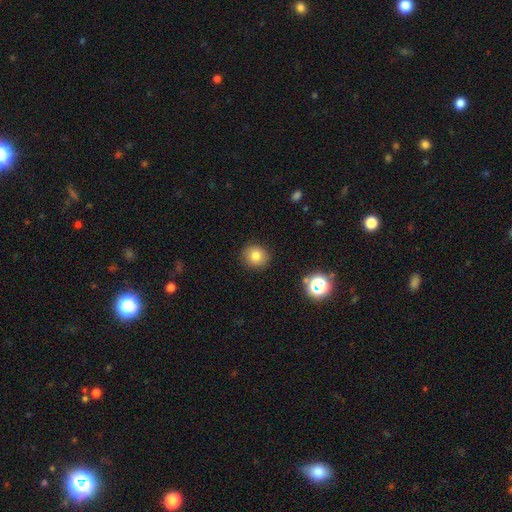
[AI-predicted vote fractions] This is likely a smooth galaxy (79%). How rounded: clearly round (87%). Merging: clearly none (90%).